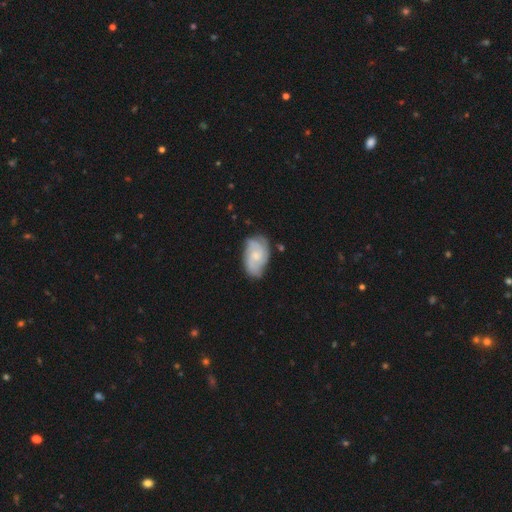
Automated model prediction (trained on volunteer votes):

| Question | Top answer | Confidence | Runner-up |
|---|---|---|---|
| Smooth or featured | featured or disk | 70% | smooth (24%) |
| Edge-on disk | no | 97% | yes (3%) |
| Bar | no | 69% | weak (28%) |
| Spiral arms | yes | 93% | no (7%) |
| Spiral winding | tight | 50% | medium (39%) |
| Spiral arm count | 3 | 33% | can't tell (25%) |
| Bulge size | small | 46% | moderate (41%) |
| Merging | none | 68% | minor disturbance (24%) |